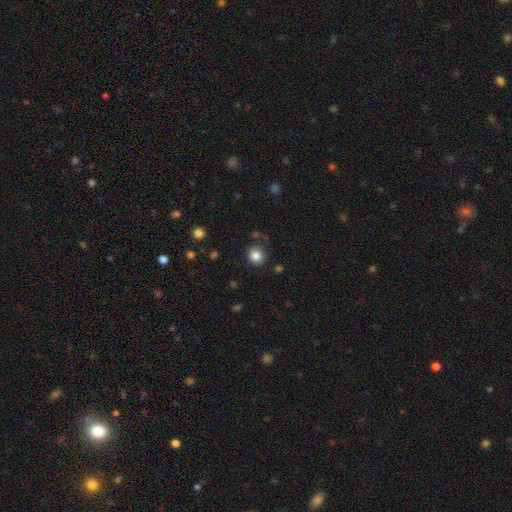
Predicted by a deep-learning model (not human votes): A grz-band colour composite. It shows a smooth galaxy with no disk features (84%) that is round (85%). Merging: none (85%).